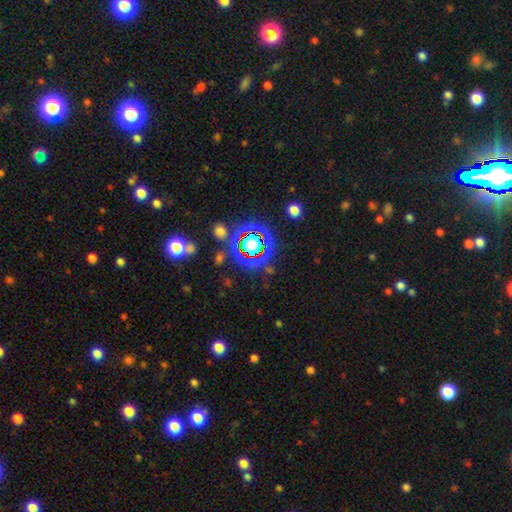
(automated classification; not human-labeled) This is likely a star or artifact rather than a galaxy (77%).